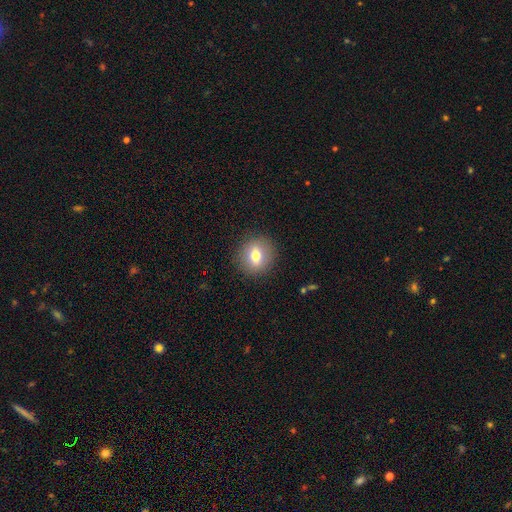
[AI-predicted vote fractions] smooth 73%, featured or disk 17%, star or artifact 10%. Down the decision tree: how rounded — round (79%); merging — none (89%).